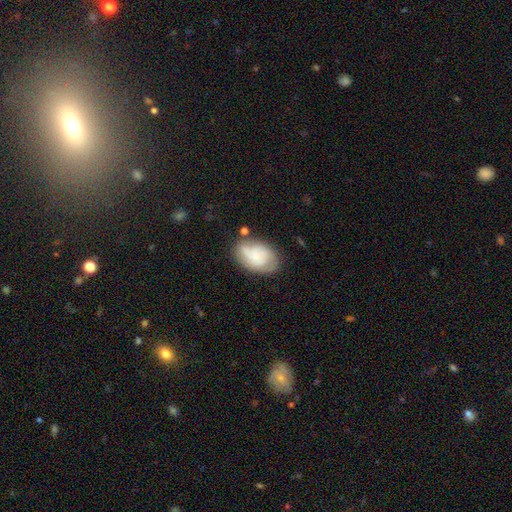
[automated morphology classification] smooth-or-featured: smooth: 53% | featured or disk: 39% | star or artifact: 8%
  how-rounded: in between: 86% | round: 12% | cigar-shaped: 1%
  merging: none: 57% | minor disturbance: 26% | major disturbance: 10% | merger: 7%